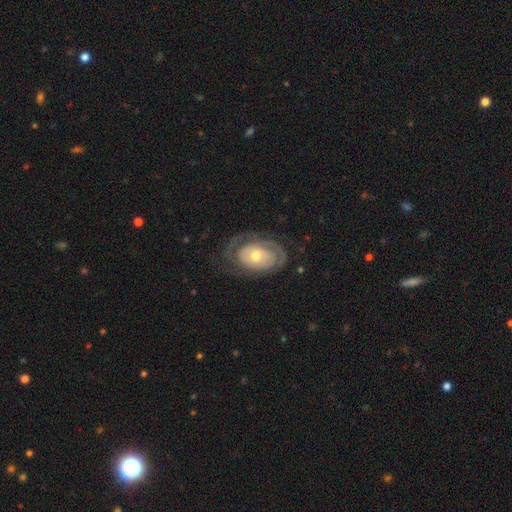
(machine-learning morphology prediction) A featured or disk galaxy (75%) with no bar (80%), 2 (35%) tight (69%) spiral arms (78%) and a moderate central bulge (58%).

Vote fractions:
- Smooth or featured? featured or disk: 75% / smooth: 20% / star or artifact: 5%
- Edge-on disk? no: 95% / yes: 5%
- Bar? no: 80% / weak: 16% / strong: 4%
- Spiral arms? yes: 78% / no: 22%
- Spiral winding? tight: 69% / medium: 22% / loose: 10%
- Spiral arm count? 2: 35% / can't tell: 33% / 1: 21% / 3: 6% / 4: 3% / more than 4: 2%
- Bulge size? moderate: 58% / small: 36% / large: 4% / dominant: 1% / none: 1%
- Merging? none: 63% / minor disturbance: 20% / major disturbance: 16% / merger: 1%